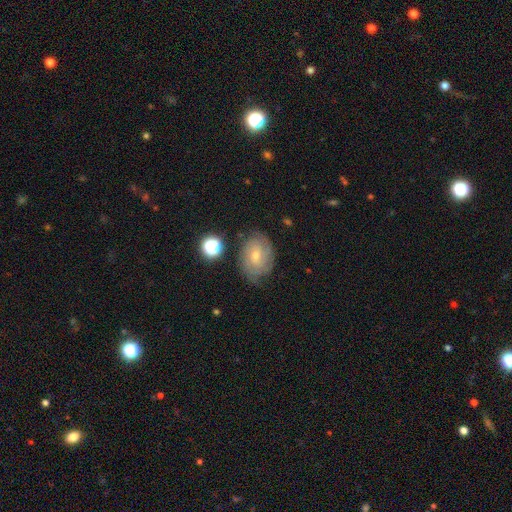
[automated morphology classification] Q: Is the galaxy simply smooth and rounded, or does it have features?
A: featured or disk — 69%.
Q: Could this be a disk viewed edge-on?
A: no — 96%.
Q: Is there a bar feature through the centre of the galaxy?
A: no — 61%.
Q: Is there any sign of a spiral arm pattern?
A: yes — 91%.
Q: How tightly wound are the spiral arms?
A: tight — 66%.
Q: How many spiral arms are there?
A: can't tell — 39%.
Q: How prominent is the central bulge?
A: small — 60%.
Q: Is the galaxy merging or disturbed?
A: none — 76%.